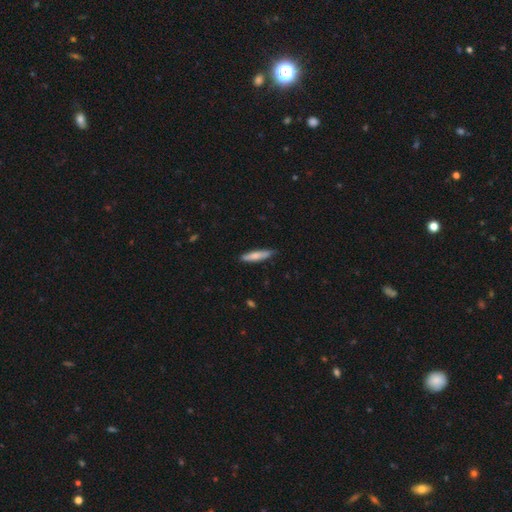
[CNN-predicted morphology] Smooth or featured?
  - smooth: 73% *
  - featured or disk: 22%
  - star or artifact: 6%
How rounded?
  - cigar-shaped: 85% *
  - in between: 14%
  - round: 1%
Merging?
  - none: 82% *
  - minor disturbance: 15%
  - major disturbance: 2%
  - merger: 1%